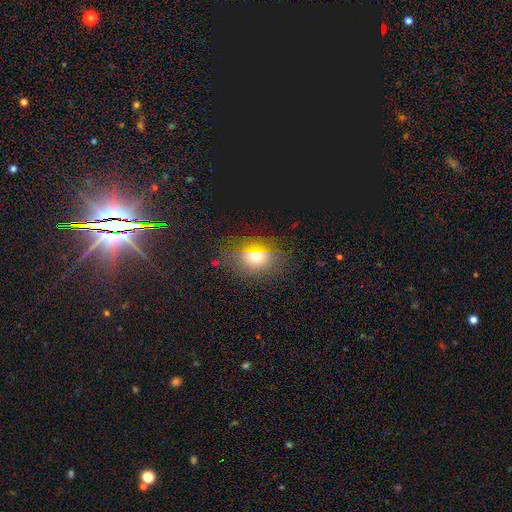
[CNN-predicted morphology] Smooth or featured? smooth (59%)
How rounded? in between (58%)
Merging? none (78%)